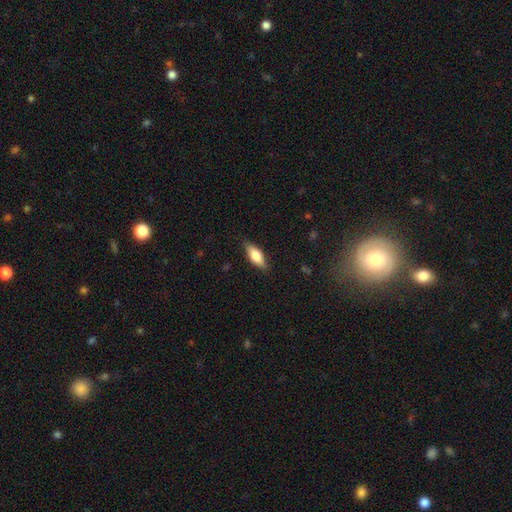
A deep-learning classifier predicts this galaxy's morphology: The model was most divided on "smooth or featured": smooth: 71%, featured or disk: 22%, star or artifact: 6%. More confident: merging — none (83%); how rounded — in between (73%).